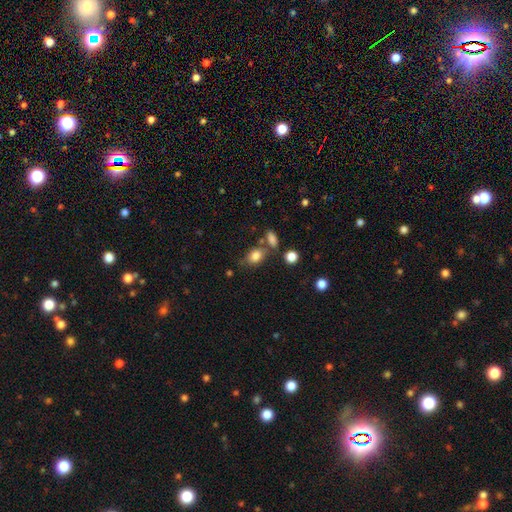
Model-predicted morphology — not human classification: Q: Smooth or featured?
A: smooth (82%); runner-up: star or artifact (10%)
Q: How rounded?
A: in between (72%); runner-up: round (26%)
Q: Merging?
A: none (61%); runner-up: minor disturbance (17%)